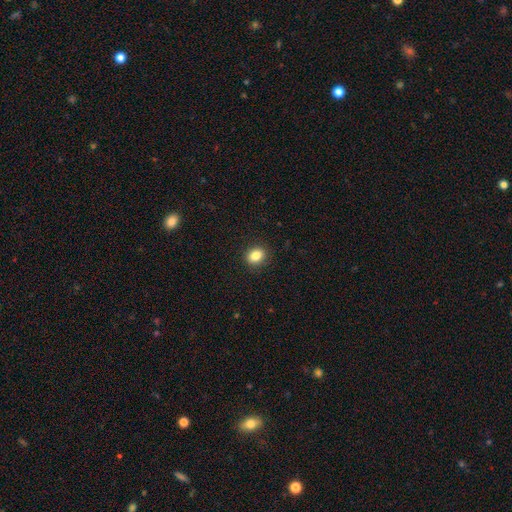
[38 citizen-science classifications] smooth_or_featured: smooth (p=0.84) [alt: featured or disk p=0.11]
how_rounded: in between (p=0.53) [alt: round p=0.47]
merging: none (p=0.94) [alt: minor disturbance p=0.06]